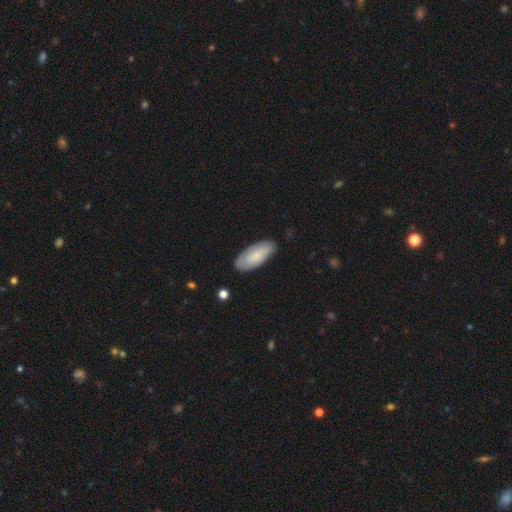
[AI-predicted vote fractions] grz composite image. It shows a smooth galaxy with no disk features (75%) that is in between round and cigar-shaped (86%). Merging: none (80%).